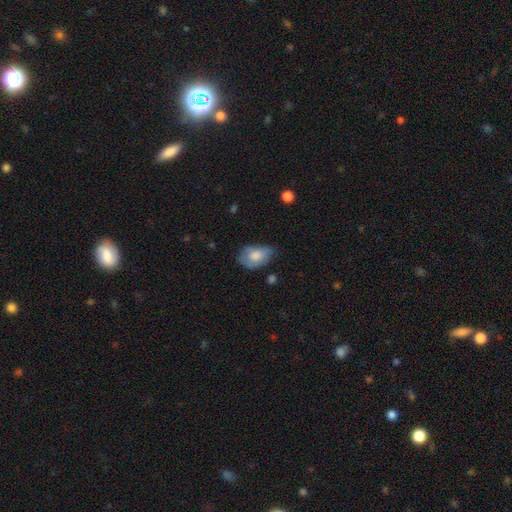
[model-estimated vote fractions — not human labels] Smooth or featured: smooth — 72% (featured or disk — 21%)
How rounded: in between — 87% (round — 11%)
Merging: none — 44% (minor disturbance — 41%)